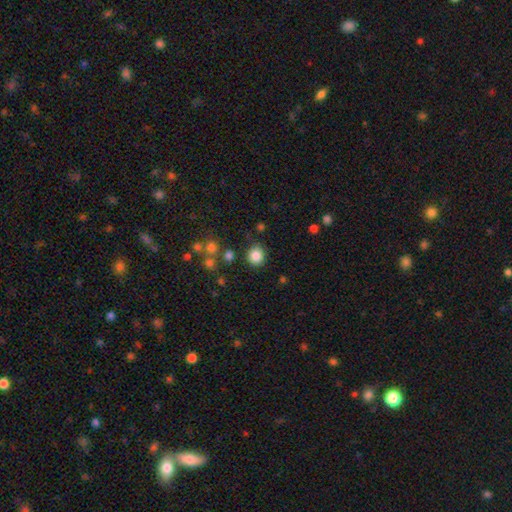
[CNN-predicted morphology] The model was most divided on "smooth or featured": smooth: 84%, star or artifact: 11%, featured or disk: 5%. More confident: how rounded — round (87%); merging — none (84%).